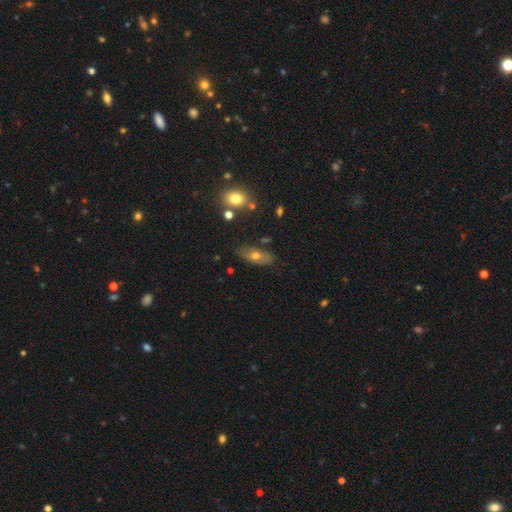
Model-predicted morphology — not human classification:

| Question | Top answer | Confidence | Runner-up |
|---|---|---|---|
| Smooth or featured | smooth | 51% | featured or disk (39%) |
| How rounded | in between | 79% | cigar-shaped (15%) |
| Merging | none | 75% | minor disturbance (18%) |